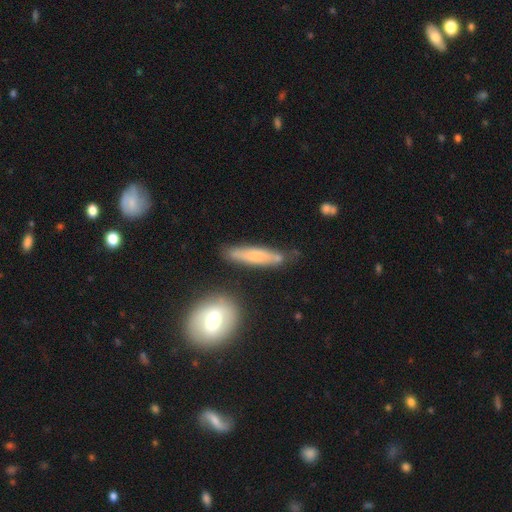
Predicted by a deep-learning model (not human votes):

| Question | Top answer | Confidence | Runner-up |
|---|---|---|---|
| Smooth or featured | smooth | 64% | featured or disk (29%) |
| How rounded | cigar-shaped | 84% | in between (14%) |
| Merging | none | 72% | minor disturbance (18%) |